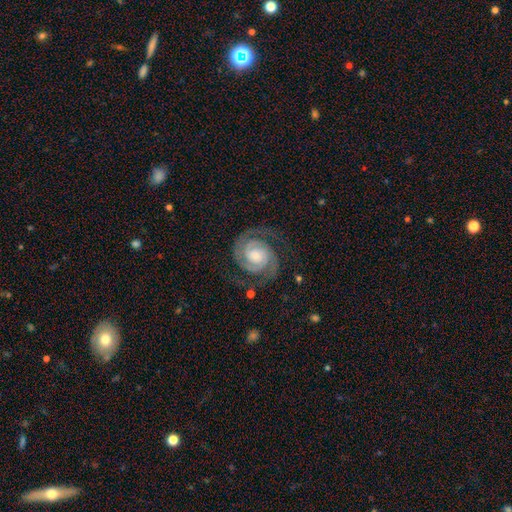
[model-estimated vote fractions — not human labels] This appears to be a featured or disk galaxy (91%) with no bar (65%), 2 (90%) tight (67%) spiral arms (99%) and a small central bulge (47%). Merging: none (77%).